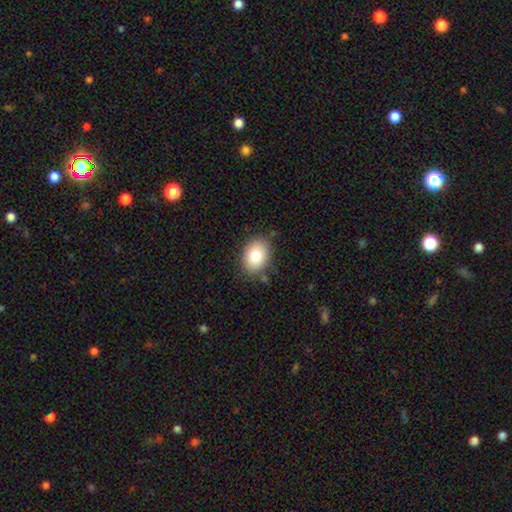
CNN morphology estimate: A smooth galaxy with no disk features (80%) that is in between round and cigar-shaped (67%).

Vote fractions:
- Smooth or featured? smooth: 80% / featured or disk: 11% / star or artifact: 9%
- How rounded? in between: 67% / round: 32% / cigar-shaped: 1%
- Merging? none: 81% / minor disturbance: 13% / major disturbance: 3% / merger: 2%